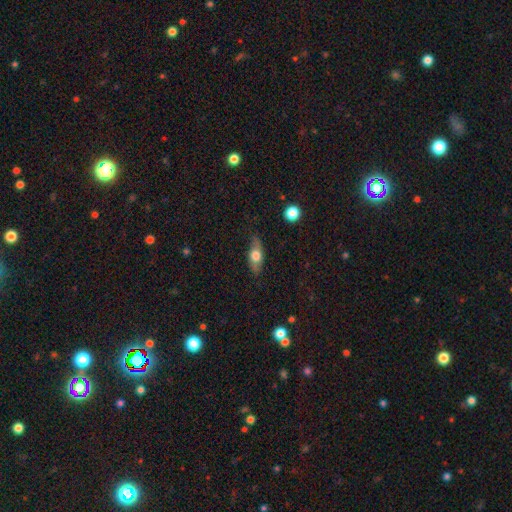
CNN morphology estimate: Smooth or featured? smooth (60%)
How rounded? in between (73%)
Merging? none (78%)